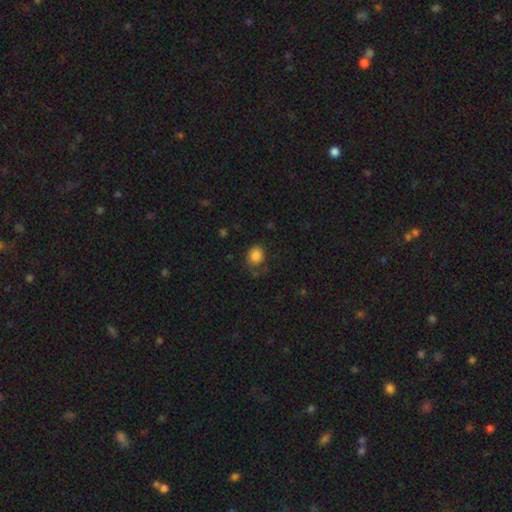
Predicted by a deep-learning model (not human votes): The model was most divided on "how rounded": round: 67%, in between: 32%, cigar-shaped: 1%. More confident: smooth or featured — smooth (84%); merging — none (67%).